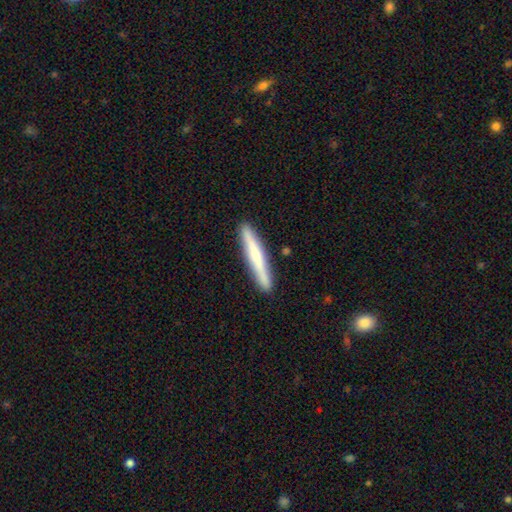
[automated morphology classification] Smooth or featured?
  - smooth: 55% *
  - featured or disk: 40%
  - star or artifact: 6%
How rounded?
  - cigar-shaped: 95% *
  - in between: 3%
  - round: 1%
Merging?
  - none: 90% *
  - minor disturbance: 7%
  - merger: 1%
  - major disturbance: 1%